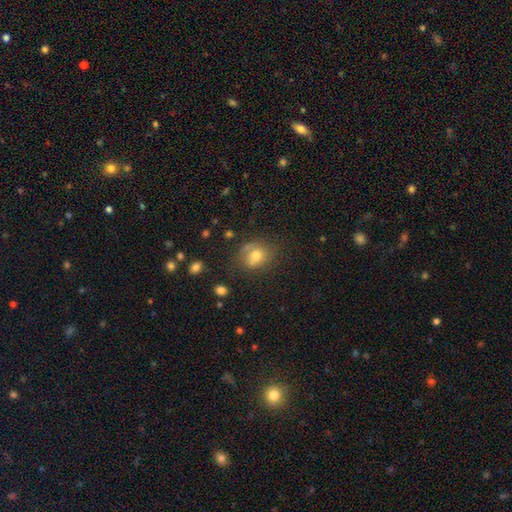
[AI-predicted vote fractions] smooth 67%, featured or disk 21%, star or artifact 13%. Down the decision tree: how rounded — round (63%); merging — none (57%).